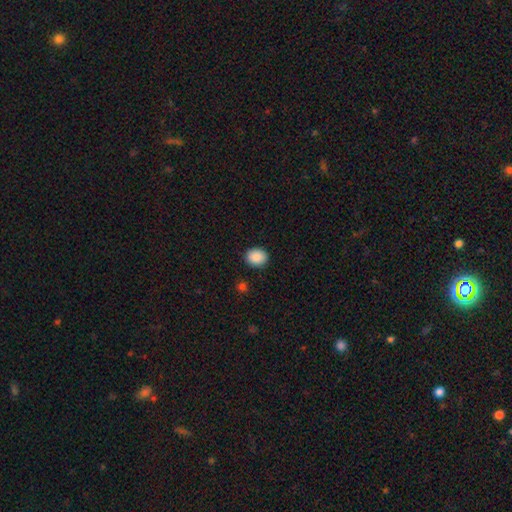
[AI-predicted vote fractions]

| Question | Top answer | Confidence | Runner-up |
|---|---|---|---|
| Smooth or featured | smooth | 89% | star or artifact (8%) |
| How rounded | round | 56% | in between (43%) |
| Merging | none | 89% | minor disturbance (7%) |